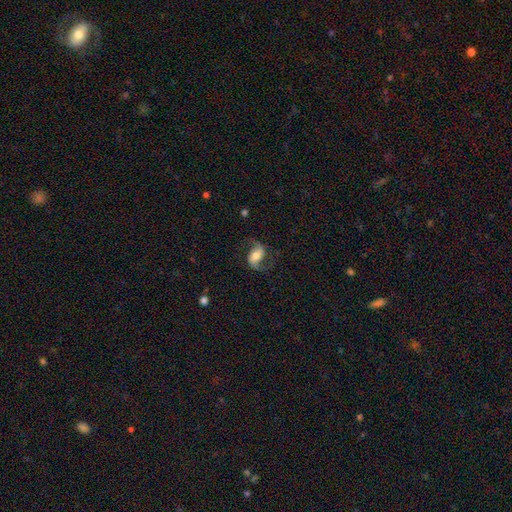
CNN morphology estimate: smooth_or_featured: featured or disk (p=0.80) [alt: smooth p=0.13]
disk_edge_on: no (p=0.97) [alt: yes p=0.03]
bar: weak (p=0.37) [alt: no p=0.34]
has_spiral_arms: yes (p=0.95) [alt: no p=0.05]
spiral_winding: loose (p=0.58) [alt: medium p=0.35]
spiral_arm_count: 2 (p=0.92) [alt: 1 p=0.03]
bulge_size: moderate (p=0.57) [alt: small p=0.23]
merging: none (p=0.73) [alt: minor disturbance p=0.15]